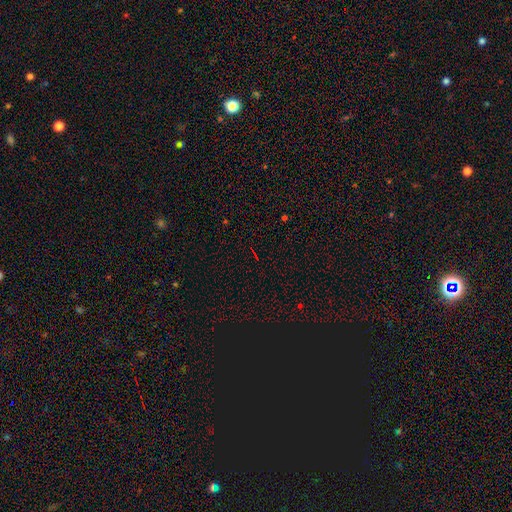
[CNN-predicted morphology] Smooth or featured? Predicted: star or artifact (p=0.72).